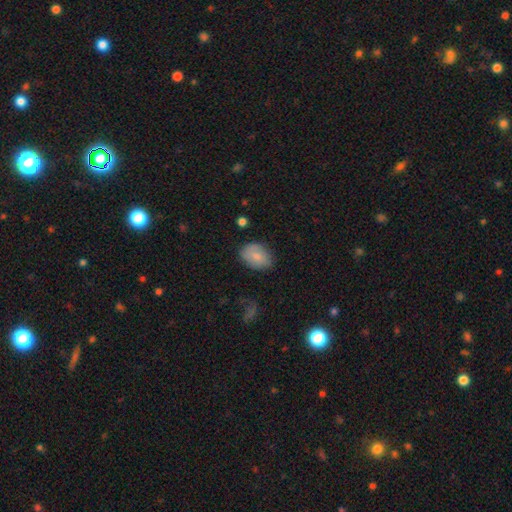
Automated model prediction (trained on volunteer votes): smooth-or-featured: smooth: 78% | featured or disk: 15% | star or artifact: 7%
  how-rounded: in between: 78% | round: 21% | cigar-shaped: 1%
  merging: none: 74% | minor disturbance: 20% | major disturbance: 5% | merger: 2%